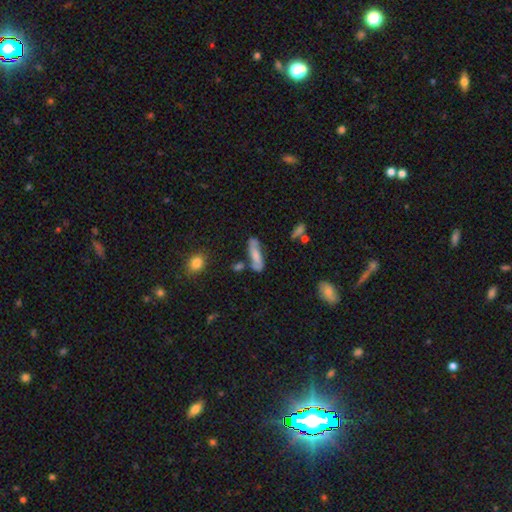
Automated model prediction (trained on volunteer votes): smooth 58%, featured or disk 34%, star or artifact 8%. Down the decision tree: how rounded — cigar-shaped (55%); merging — none (62%).